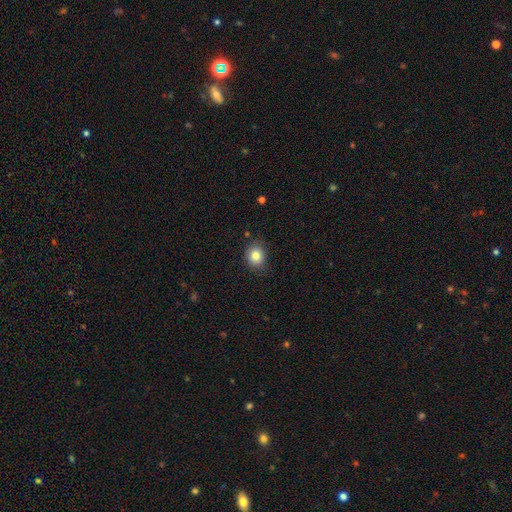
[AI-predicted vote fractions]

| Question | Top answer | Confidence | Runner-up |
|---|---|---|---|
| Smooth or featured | smooth | 81% | star or artifact (10%) |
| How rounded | round | 69% | in between (30%) |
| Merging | none | 80% | minor disturbance (16%) |